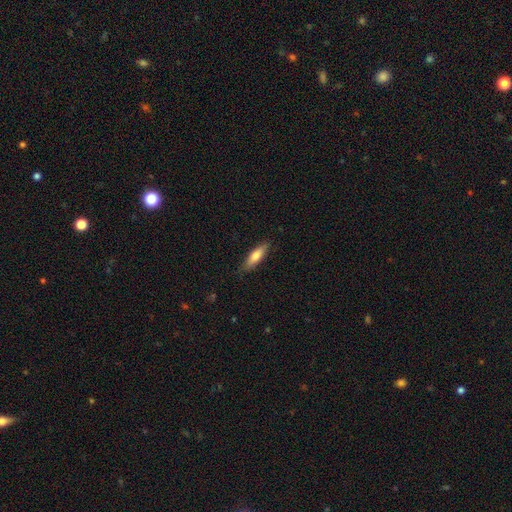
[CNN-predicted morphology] The model was most divided on "how rounded": cigar-shaped: 62%, in between: 36%, round: 2%. More confident: merging — none (82%); smooth or featured — smooth (73%).